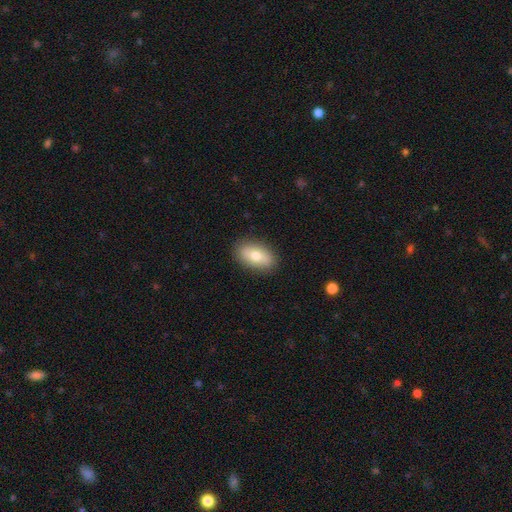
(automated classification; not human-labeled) smooth_or_featured: smooth (p=0.74) [alt: featured or disk p=0.19]
how_rounded: in between (p=0.90) [alt: round p=0.07]
merging: none (p=0.88) [alt: minor disturbance p=0.09]